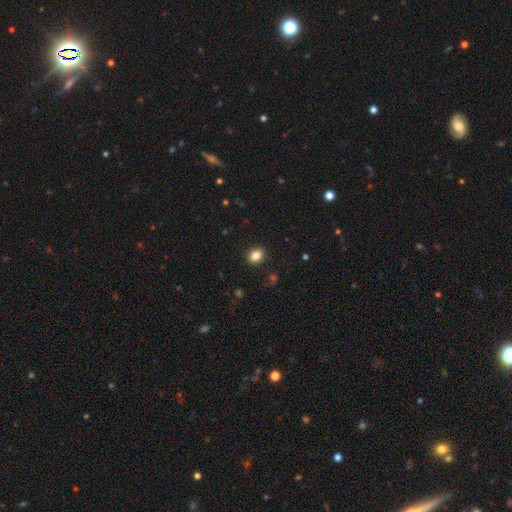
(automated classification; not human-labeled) Smooth or featured? Predicted: smooth (p=0.85). How rounded? Predicted: round (p=0.54). Merging? Predicted: none (p=0.90).